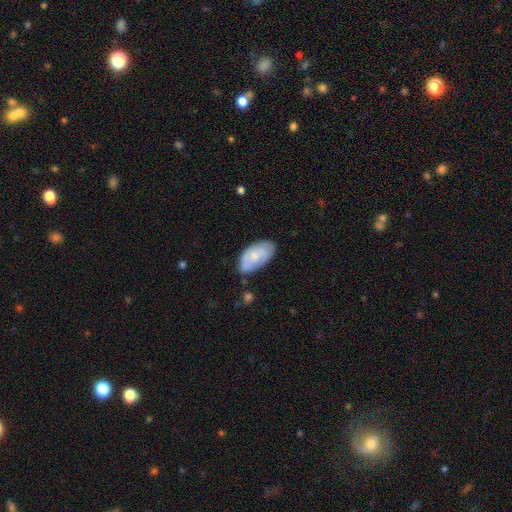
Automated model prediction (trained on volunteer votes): smooth 62%, featured or disk 32%, star or artifact 6%. Down the decision tree: how rounded — in between (95%); merging — none (64%).